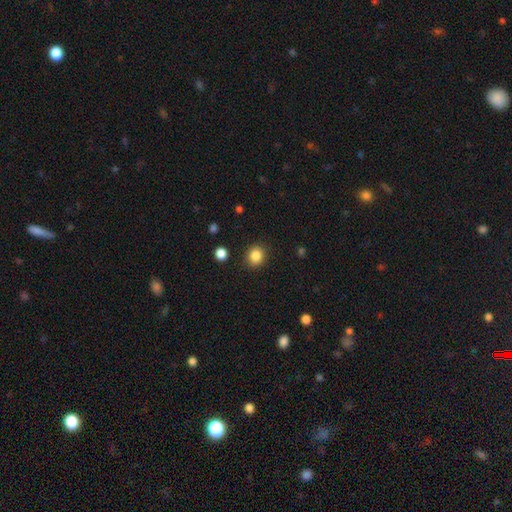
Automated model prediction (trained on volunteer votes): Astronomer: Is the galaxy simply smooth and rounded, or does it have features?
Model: smooth — 86%.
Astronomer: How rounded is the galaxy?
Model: round — 75%.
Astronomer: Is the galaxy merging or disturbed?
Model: none — 89%.